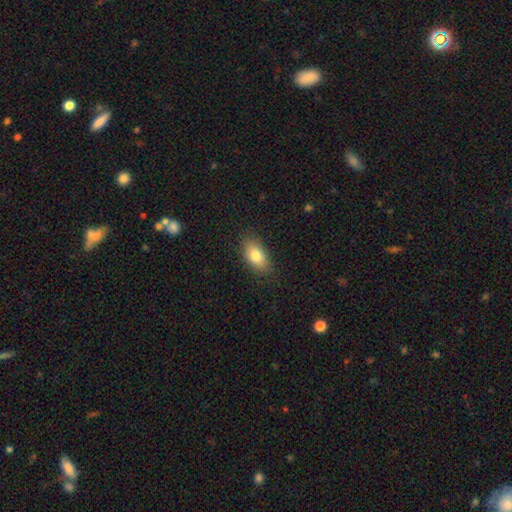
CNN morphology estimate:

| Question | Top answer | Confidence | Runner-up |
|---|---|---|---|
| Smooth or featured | smooth | 80% | featured or disk (12%) |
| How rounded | in between | 90% | round (7%) |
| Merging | none | 84% | minor disturbance (12%) |